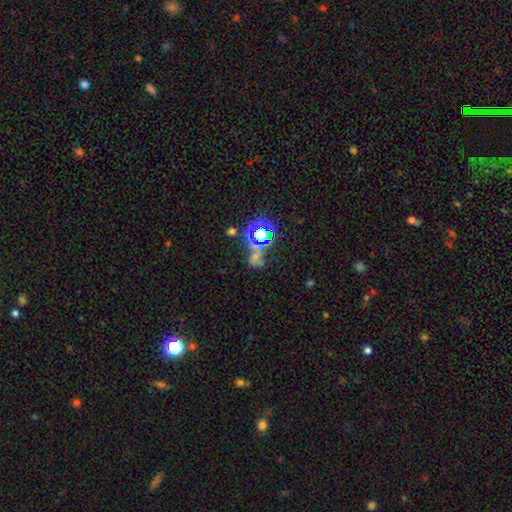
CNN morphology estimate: Smooth or featured?
  - star or artifact: 67% *
  - smooth: 23%
  - featured or disk: 10%